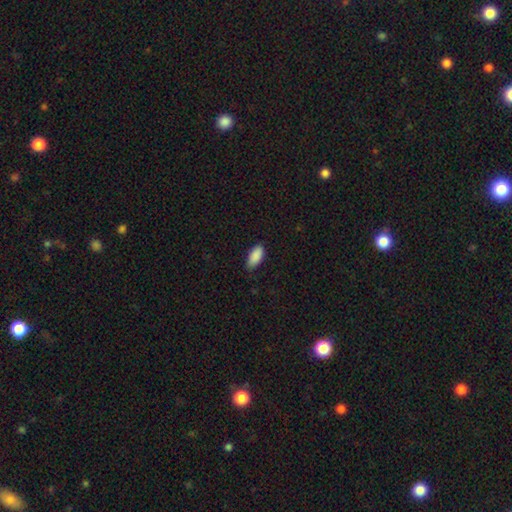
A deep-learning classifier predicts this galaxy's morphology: Smooth or featured: smooth — 90% (star or artifact — 7%)
How rounded: in between — 91% (cigar-shaped — 7%)
Merging: none — 78% (minor disturbance — 19%)